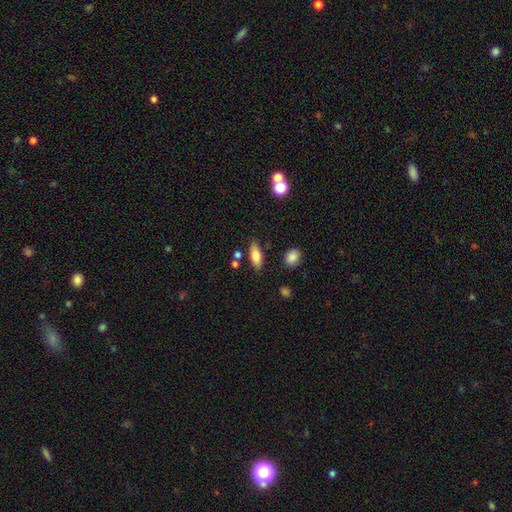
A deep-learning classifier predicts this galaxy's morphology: A smooth galaxy with no disk features (78%) that is in between round and cigar-shaped (74%).

Vote fractions:
- Smooth or featured? smooth: 78% / featured or disk: 14% / star or artifact: 8%
- How rounded? in between: 74% / cigar-shaped: 23% / round: 3%
- Merging? none: 78% / minor disturbance: 13% / merger: 6% / major disturbance: 3%